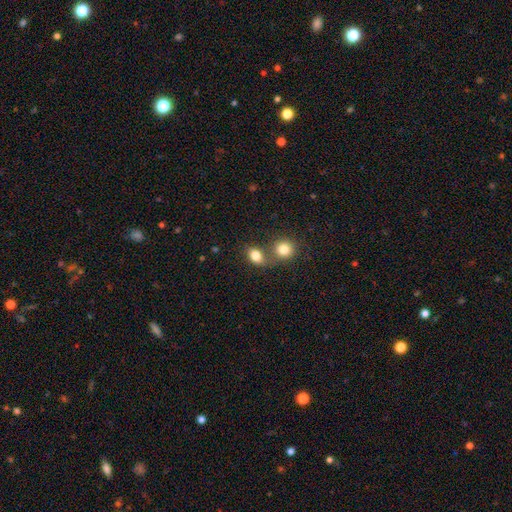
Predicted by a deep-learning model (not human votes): Smooth or featured? Predicted: smooth (p=0.82). How rounded? Predicted: in between (p=0.64). Merging? Predicted: none (p=0.43, tied with merger).